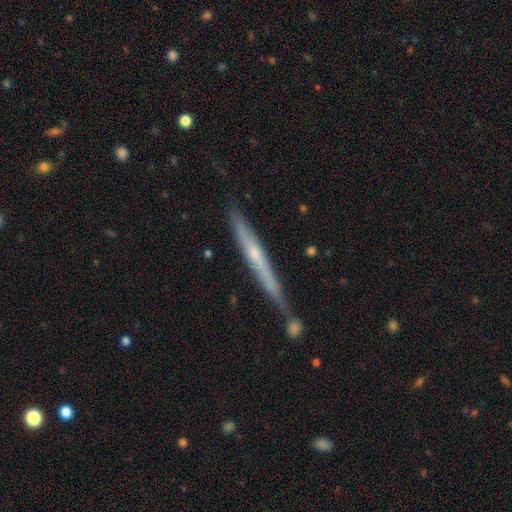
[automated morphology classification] type=featured or disk (60%); edge-on=yes (94%); edge-on bulge=none (54%); merging=none (64%).